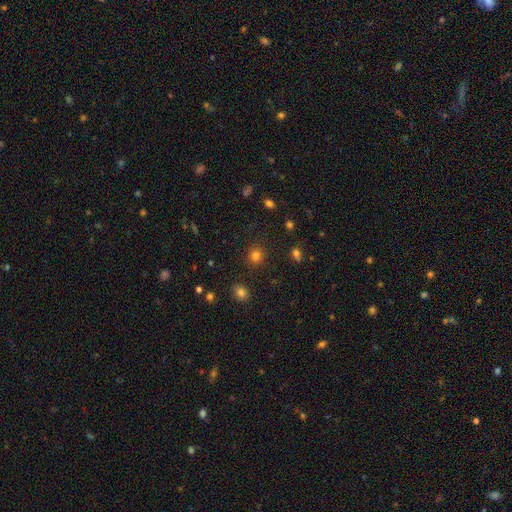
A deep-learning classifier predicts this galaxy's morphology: A smooth galaxy with no disk features (79%) that is round (87%). Merging: none (88%).